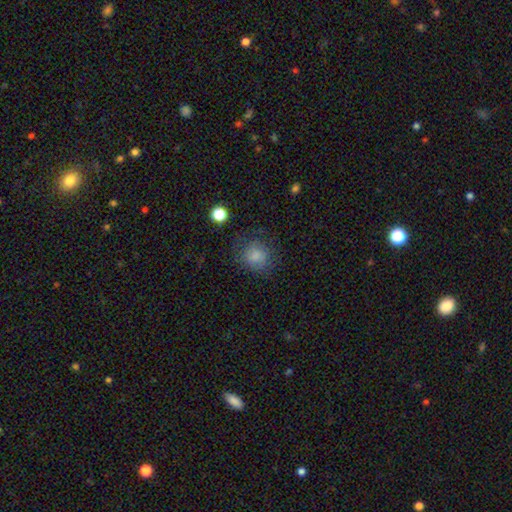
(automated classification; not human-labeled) The model was most divided on "merging": none: 73%, minor disturbance: 16%, major disturbance: 9%, merger: 2%. More confident: how rounded — round (85%); smooth or featured — smooth (80%).